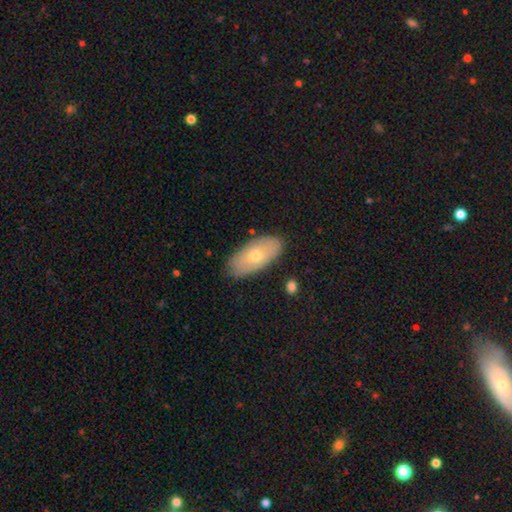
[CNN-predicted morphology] Q: Smooth or featured?
A: smooth (60%); runner-up: featured or disk (33%)
Q: How rounded?
A: in between (91%); runner-up: cigar-shaped (6%)
Q: Merging?
A: none (85%); runner-up: minor disturbance (11%)